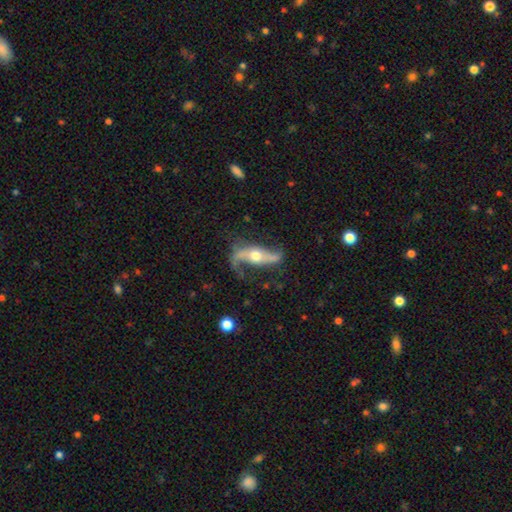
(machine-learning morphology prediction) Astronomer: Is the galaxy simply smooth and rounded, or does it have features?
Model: featured or disk — 82%.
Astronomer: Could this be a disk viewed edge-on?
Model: no — 75%.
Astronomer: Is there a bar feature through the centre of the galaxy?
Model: no — 53%.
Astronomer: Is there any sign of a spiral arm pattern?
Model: yes — 90%.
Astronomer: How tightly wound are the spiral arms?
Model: loose — 81%.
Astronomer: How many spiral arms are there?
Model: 2 — 89%.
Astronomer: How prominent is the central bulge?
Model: moderate — 71%.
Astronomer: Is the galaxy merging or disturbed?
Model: none — 59%.